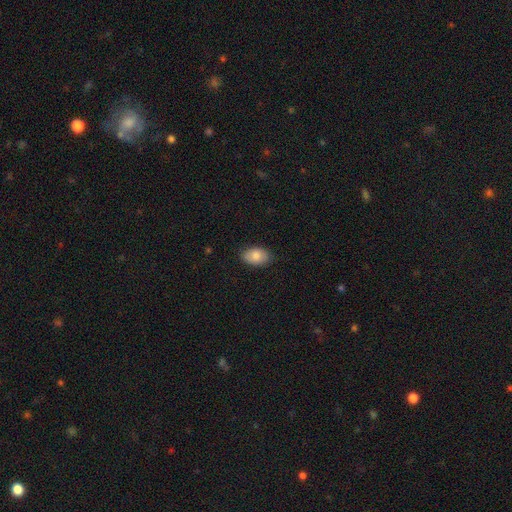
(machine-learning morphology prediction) The model was most divided on "merging": none: 83%, minor disturbance: 14%, major disturbance: 2%, merger: 1%. More confident: how rounded — in between (90%); smooth or featured — smooth (83%).